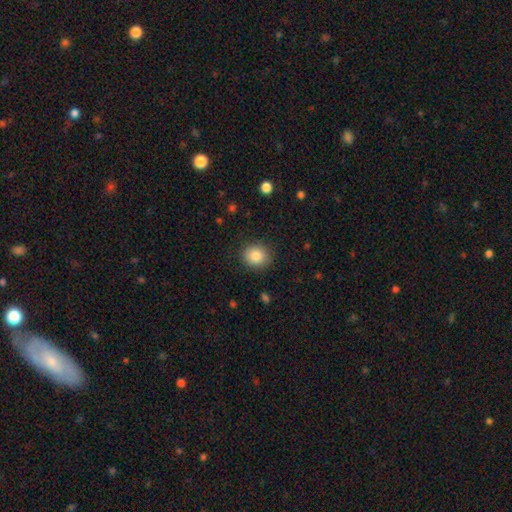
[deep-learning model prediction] A smooth galaxy with no disk features (84%) that is round (83%).

Vote fractions:
- Smooth or featured? smooth: 84% / star or artifact: 9% / featured or disk: 6%
- How rounded? round: 83% / in between: 16% / cigar-shaped: 1%
- Merging? none: 89% / minor disturbance: 8% / major disturbance: 2% / merger: 1%